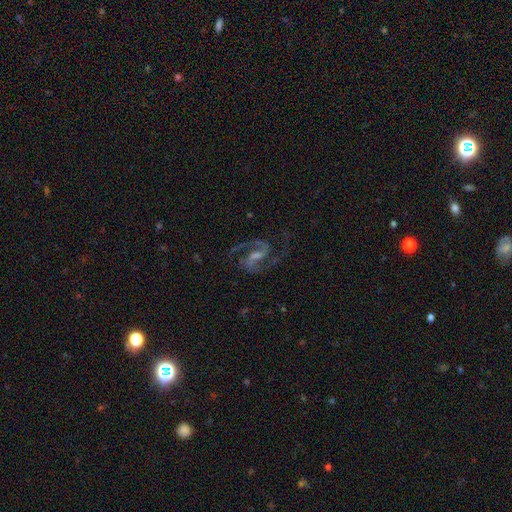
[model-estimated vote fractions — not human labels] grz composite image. It shows a featured or disk galaxy (92%) with a weak bar (49%), 2 (93%) medium (66%) spiral arms (98%) and a small central bulge (39%). Merging: none (77%).